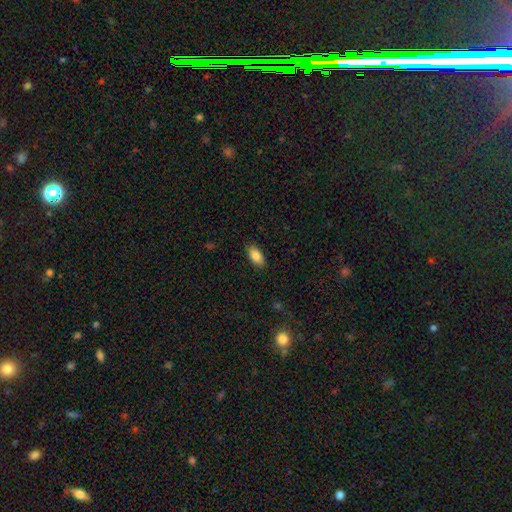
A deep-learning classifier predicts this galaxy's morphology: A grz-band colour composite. It shows a smooth galaxy with no disk features (85%) that is in between round and cigar-shaped (92%). Merging: none (88%).